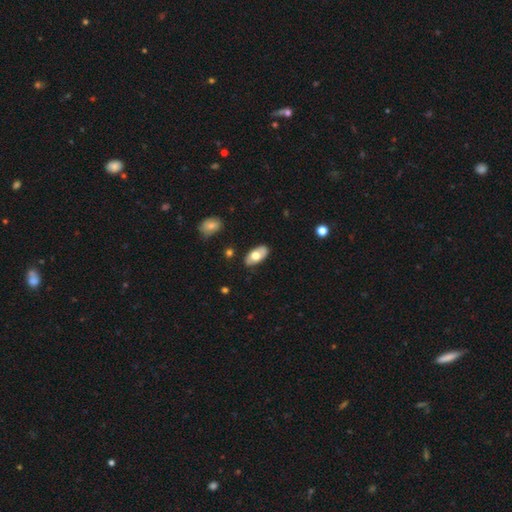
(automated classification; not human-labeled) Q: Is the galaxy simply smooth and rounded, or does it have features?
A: smooth — 65%.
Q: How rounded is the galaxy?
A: in between — 93%.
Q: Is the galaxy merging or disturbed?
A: none — 83%.